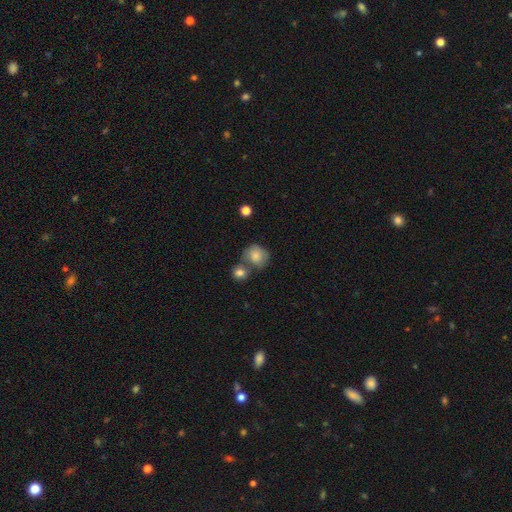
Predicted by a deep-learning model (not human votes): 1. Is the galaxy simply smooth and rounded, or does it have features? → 77% smooth, 15% featured or disk, 8% star or artifact.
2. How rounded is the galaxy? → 76% round, 23% in between, 1% cigar-shaped.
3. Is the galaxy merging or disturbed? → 41% none, 38% merger, 15% minor disturbance, 6% major disturbance.